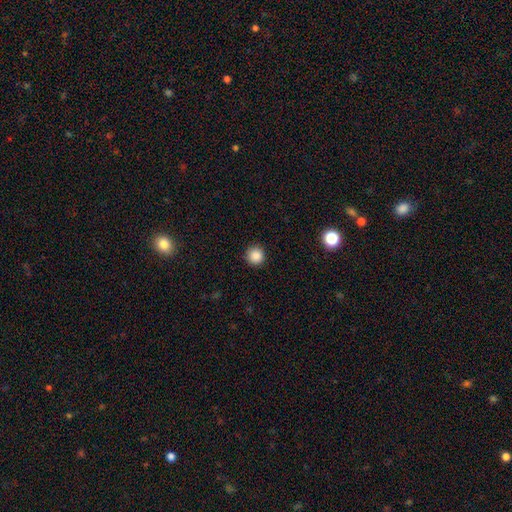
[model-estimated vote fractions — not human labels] The model was most divided on "smooth or featured": smooth: 87%, star or artifact: 10%, featured or disk: 3%. More confident: how rounded — round (95%); merging — none (91%).